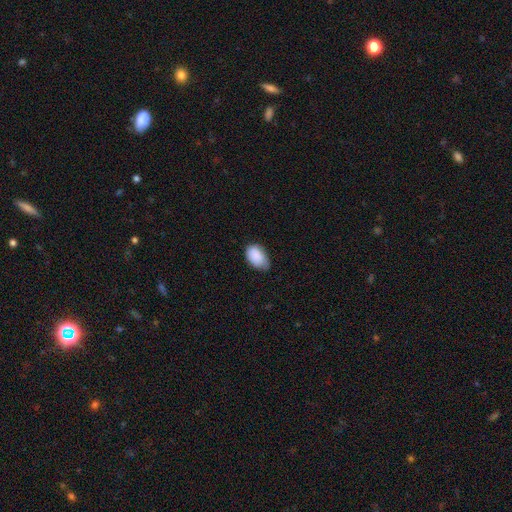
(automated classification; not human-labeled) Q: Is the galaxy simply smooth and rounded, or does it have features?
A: smooth — 89%.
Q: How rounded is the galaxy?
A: in between — 91%.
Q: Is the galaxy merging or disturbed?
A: none — 57%.